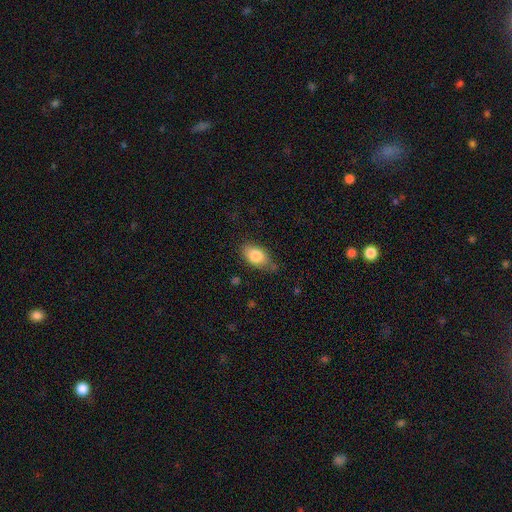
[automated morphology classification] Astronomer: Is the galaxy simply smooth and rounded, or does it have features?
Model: smooth — 84%.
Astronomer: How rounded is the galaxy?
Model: in between — 89%.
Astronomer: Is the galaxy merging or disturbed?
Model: none — 68%.